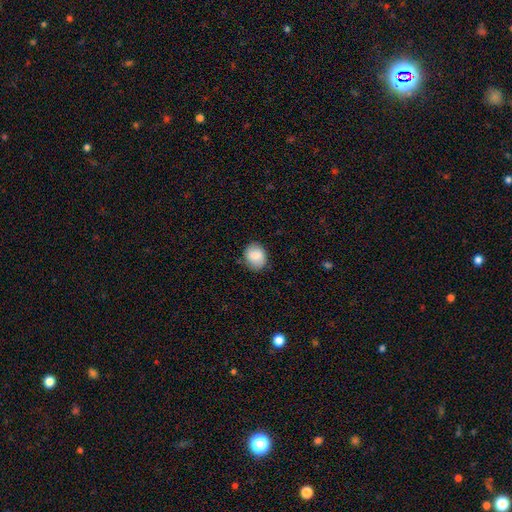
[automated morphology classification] This appears to be a smooth galaxy with no disk features (80%) that is round (56%). Merging: none (83%).